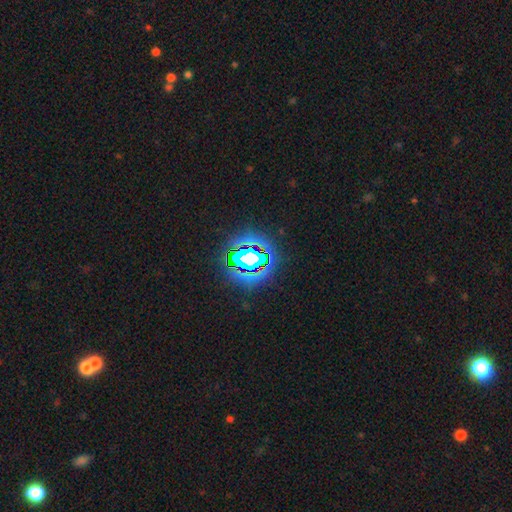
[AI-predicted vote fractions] Smooth or featured? star or artifact (71%)